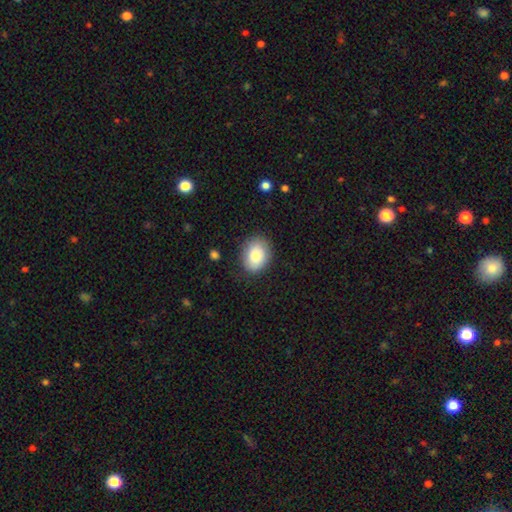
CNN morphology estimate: smooth 84%, featured or disk 9%, star or artifact 7%. Down the decision tree: how rounded — in between (69%); merging — none (82%).